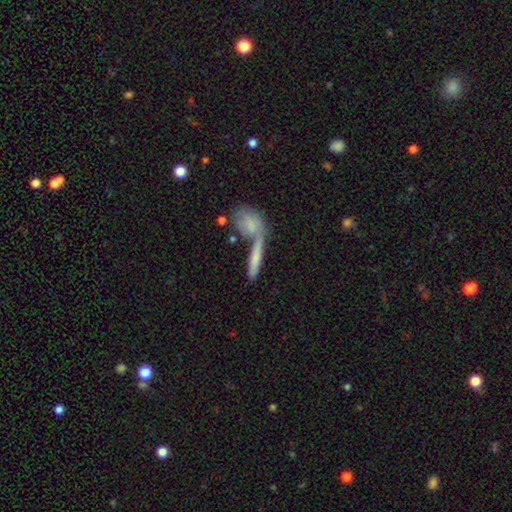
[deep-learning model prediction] Morphology: type=smooth (65%); roundness=cigar-shaped (75%); merging=none (47%).